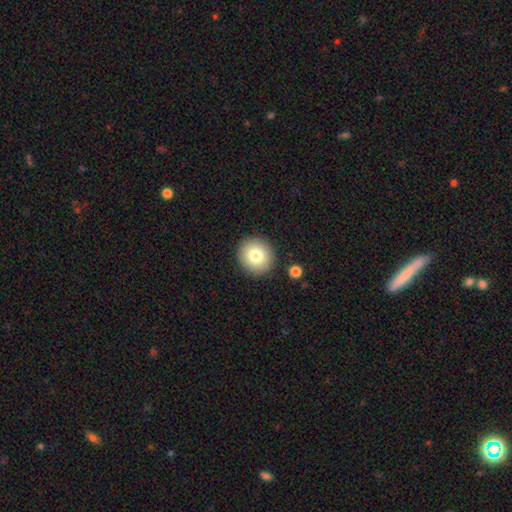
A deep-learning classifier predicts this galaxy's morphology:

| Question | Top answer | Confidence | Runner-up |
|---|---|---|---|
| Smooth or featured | smooth | 81% | featured or disk (10%) |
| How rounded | round | 89% | in between (10%) |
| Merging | none | 90% | minor disturbance (6%) |